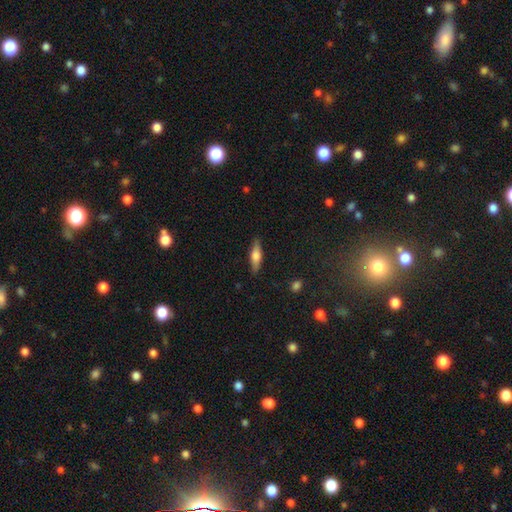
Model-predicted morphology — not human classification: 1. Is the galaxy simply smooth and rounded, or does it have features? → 54% smooth, 39% featured or disk, 6% star or artifact.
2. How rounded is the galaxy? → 59% cigar-shaped, 38% in between, 3% round.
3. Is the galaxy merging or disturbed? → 87% none, 10% minor disturbance, 2% major disturbance, 1% merger.